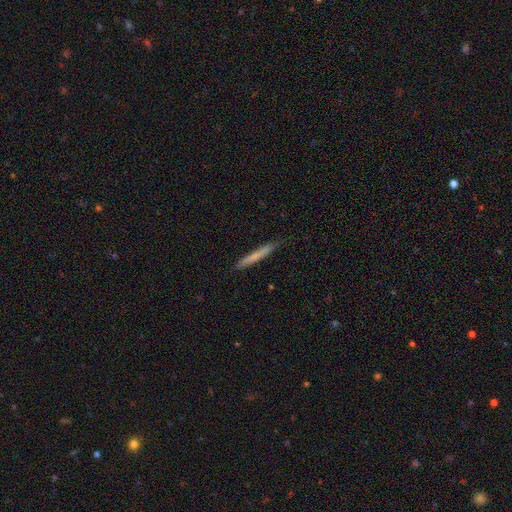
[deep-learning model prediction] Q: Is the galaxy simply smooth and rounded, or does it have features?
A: smooth — 65%.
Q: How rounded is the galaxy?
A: cigar-shaped — 96%.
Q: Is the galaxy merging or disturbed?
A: none — 87%.